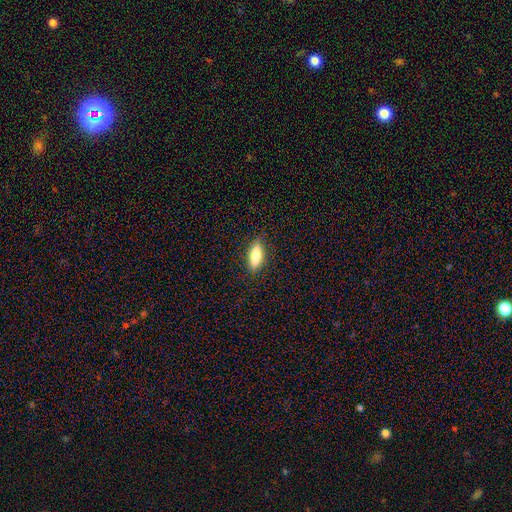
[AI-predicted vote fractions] Smooth or featured?
  - smooth: 73% *
  - featured or disk: 21%
  - star or artifact: 7%
How rounded?
  - in between: 59% *
  - cigar-shaped: 38%
  - round: 2%
Merging?
  - none: 86% *
  - minor disturbance: 10%
  - major disturbance: 2%
  - merger: 1%